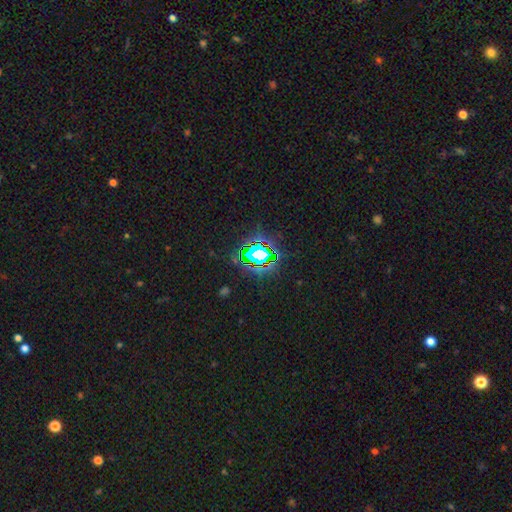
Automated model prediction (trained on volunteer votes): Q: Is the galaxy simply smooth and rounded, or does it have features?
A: star or artifact — 75%.